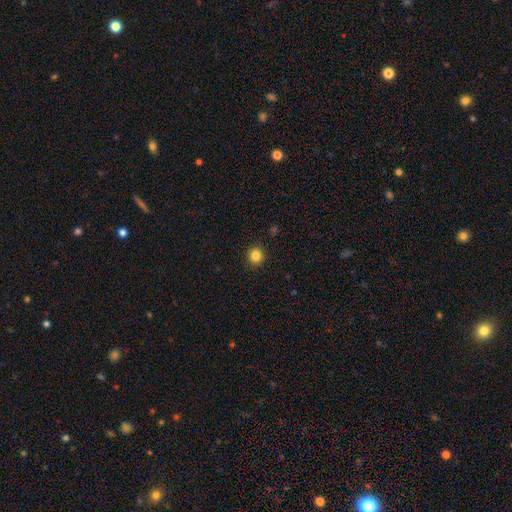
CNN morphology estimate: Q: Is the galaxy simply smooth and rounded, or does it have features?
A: smooth — 84%.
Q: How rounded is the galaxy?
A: round — 91%.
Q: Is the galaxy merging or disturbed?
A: none — 92%.